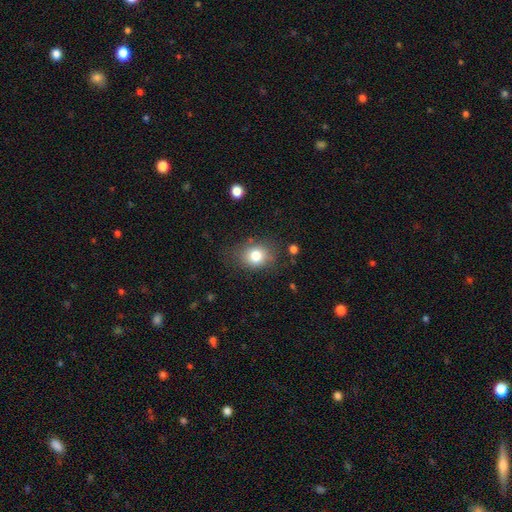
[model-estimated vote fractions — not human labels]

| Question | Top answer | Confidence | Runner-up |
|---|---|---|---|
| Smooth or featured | smooth | 79% | star or artifact (11%) |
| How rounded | round | 57% | in between (42%) |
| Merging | none | 76% | minor disturbance (16%) |